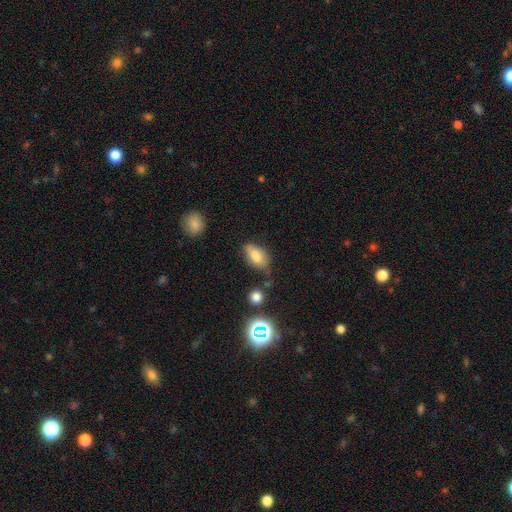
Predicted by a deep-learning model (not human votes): Smooth or featured? smooth (74%)
How rounded? in between (89%)
Merging? none (54%)